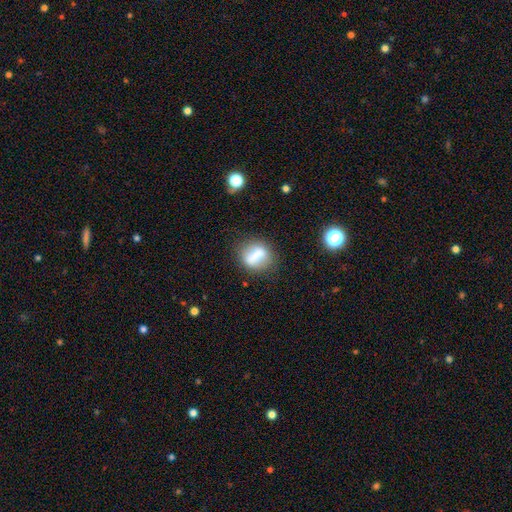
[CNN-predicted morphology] A smooth galaxy with no disk features (65%) that is round (54%).

Vote fractions:
- Smooth or featured? smooth: 65% / featured or disk: 26% / star or artifact: 10%
- How rounded? round: 54% / in between: 40% / cigar-shaped: 6%
- Merging? none: 66% / minor disturbance: 18% / merger: 8% / major disturbance: 8%